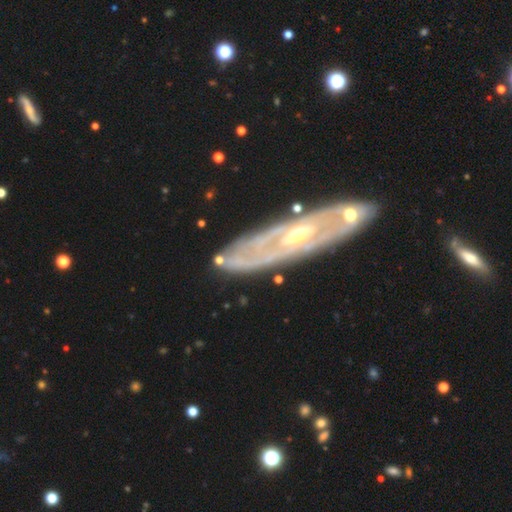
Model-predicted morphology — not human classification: A featured or disk galaxy (82%) with no bar (53%), spiral arms (69%) and a small central bulge (53%). Merging: none (78%).